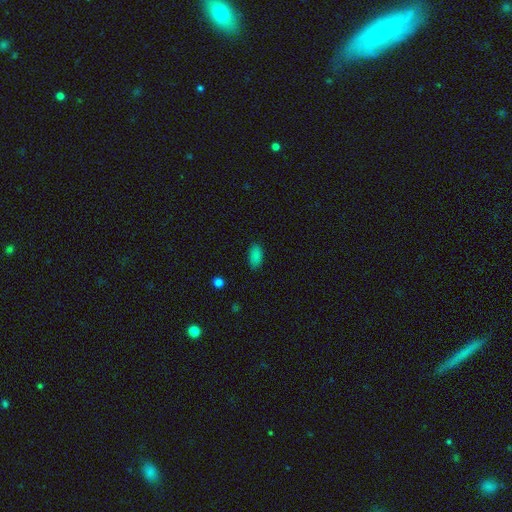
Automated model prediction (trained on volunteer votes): This is clearly a smooth galaxy (85%). How rounded: clearly in between (93%). Merging: clearly none (84%).